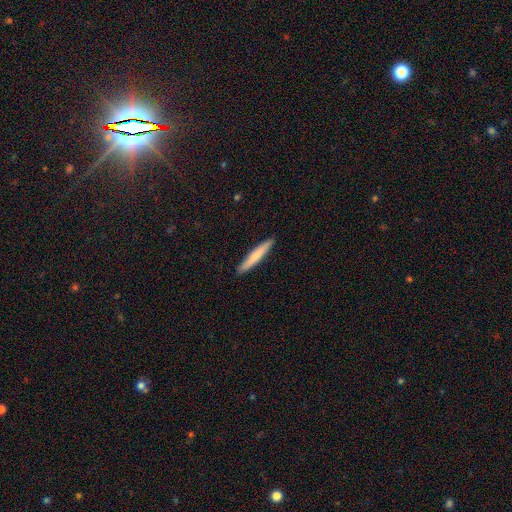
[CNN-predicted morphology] Smooth or featured: smooth — 70% (featured or disk — 25%)
How rounded: cigar-shaped — 95% (in between — 4%)
Merging: none — 92% (minor disturbance — 6%)